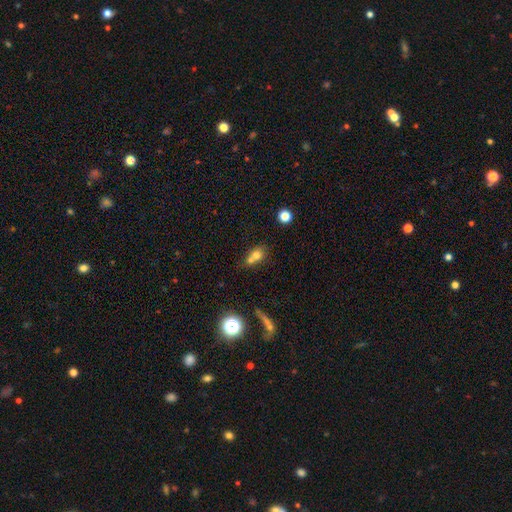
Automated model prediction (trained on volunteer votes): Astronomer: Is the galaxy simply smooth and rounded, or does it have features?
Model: smooth — 71%.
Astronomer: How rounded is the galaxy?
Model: round — 58% (runner-up: in between, 40%).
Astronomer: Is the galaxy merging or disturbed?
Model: merger — 56% (runner-up: none, 32%).